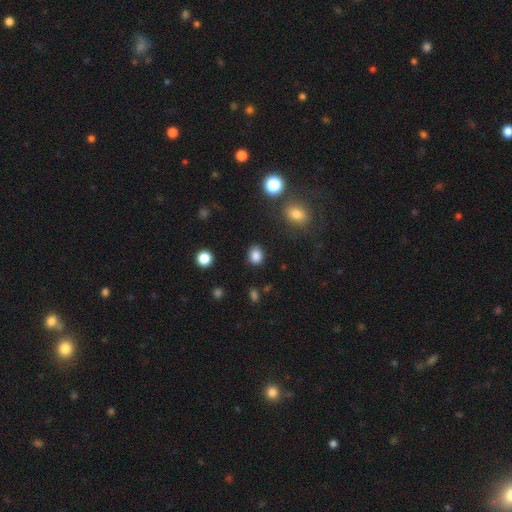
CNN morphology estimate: A smooth galaxy with no disk features (85%) that is round (58%). Merging: none (86%).